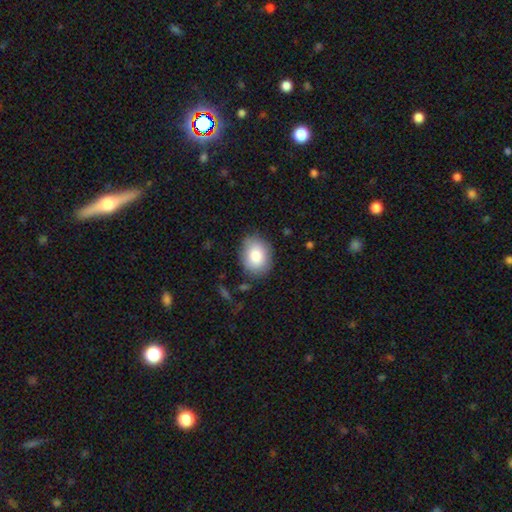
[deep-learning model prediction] Smooth or featured? smooth (84%)
How rounded? in between (60%)
Merging? none (82%)